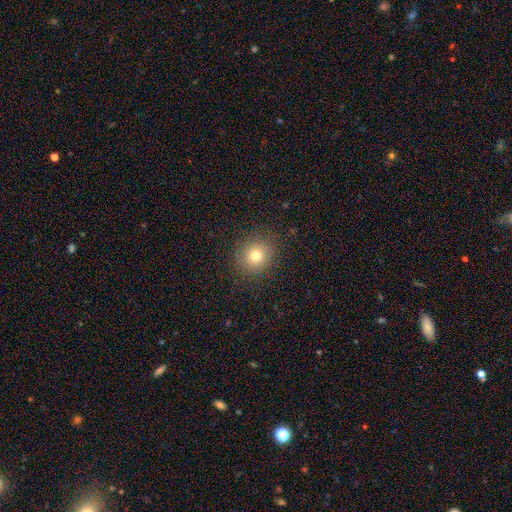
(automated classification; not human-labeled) smooth 76%, star or artifact 15%, featured or disk 10%. Down the decision tree: how rounded — round (85%); merging — none (88%).